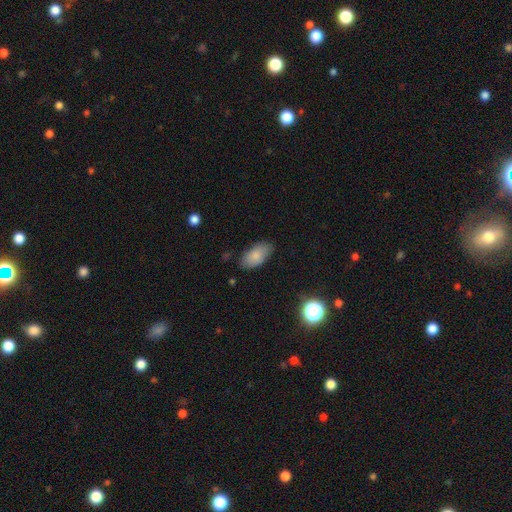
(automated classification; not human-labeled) smooth 82%, featured or disk 10%, star or artifact 8%. Down the decision tree: how rounded — in between (93%); merging — none (80%).